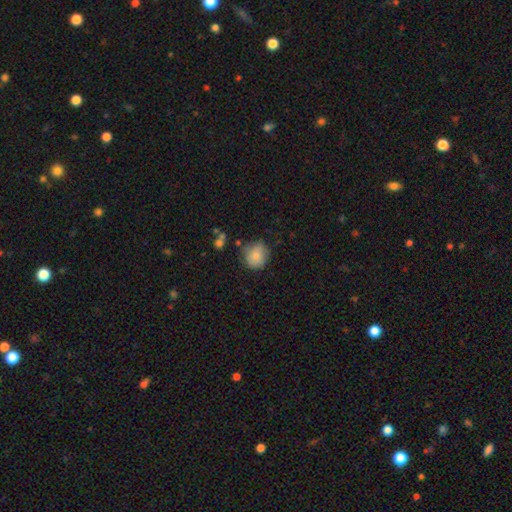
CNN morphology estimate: The model was most divided on "merging": none: 67%, minor disturbance: 24%, major disturbance: 6%, merger: 3%. More confident: smooth or featured — smooth (81%); how rounded — round (81%).